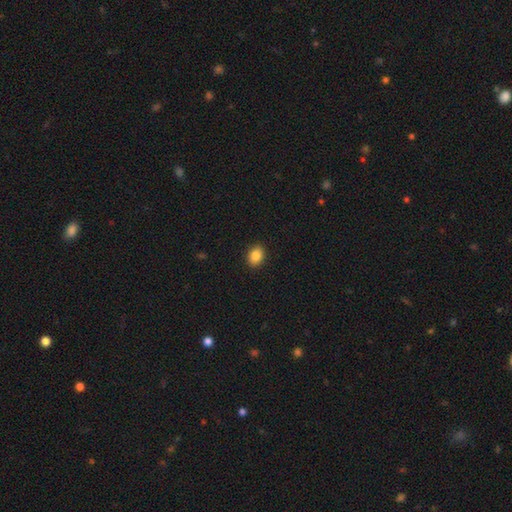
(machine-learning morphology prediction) Q: Smooth or featured?
A: smooth (86%); runner-up: star or artifact (9%)
Q: How rounded?
A: in between (64%); runner-up: round (35%)
Q: Merging?
A: none (91%); runner-up: minor disturbance (7%)